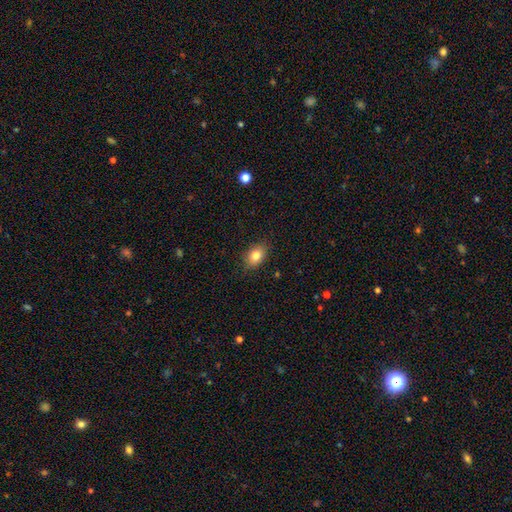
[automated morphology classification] Smooth or featured?
  - smooth: 82% *
  - star or artifact: 9%
  - featured or disk: 9%
How rounded?
  - in between: 76% *
  - round: 23%
  - cigar-shaped: 1%
Merging?
  - none: 85% *
  - minor disturbance: 12%
  - major disturbance: 2%
  - merger: 1%